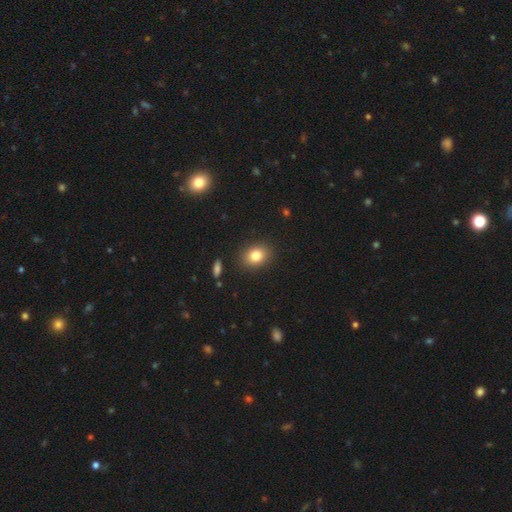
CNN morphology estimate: Smooth or featured?
  - smooth: 82% *
  - star or artifact: 10%
  - featured or disk: 8%
How rounded?
  - in between: 55% *
  - round: 44%
  - cigar-shaped: 1%
Merging?
  - none: 88% *
  - minor disturbance: 8%
  - major disturbance: 2%
  - merger: 1%